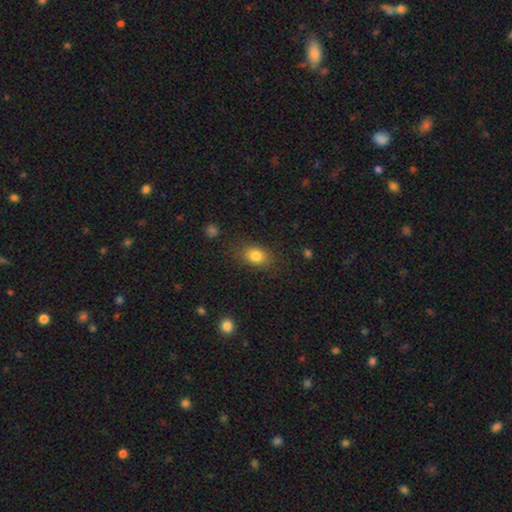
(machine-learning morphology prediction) A smooth galaxy with no disk features (82%) that is in between round and cigar-shaped (72%). Merging: none (79%).